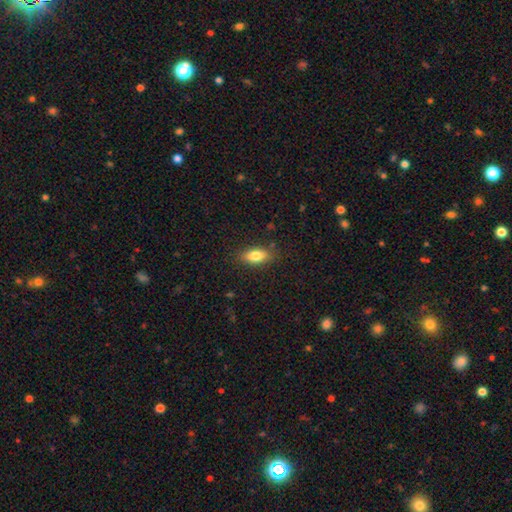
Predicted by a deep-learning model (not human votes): Morphology: type=smooth (80%); roundness=in between (83%); merging=none (84%).